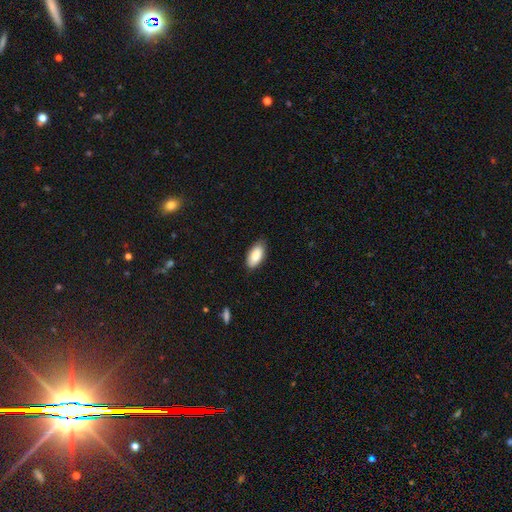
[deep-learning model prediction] Smooth or featured: smooth — 86% (featured or disk — 8%)
How rounded: in between — 93% (cigar-shaped — 5%)
Merging: none — 84% (minor disturbance — 13%)